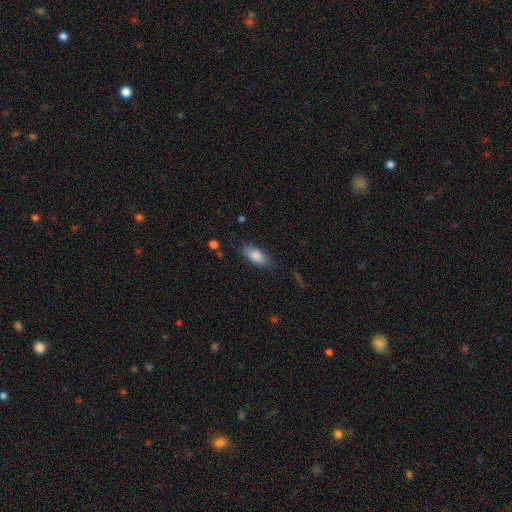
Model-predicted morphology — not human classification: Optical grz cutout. It shows a smooth galaxy with no disk features (84%) that is in between round and cigar-shaped (83%). Merging: none (73%).